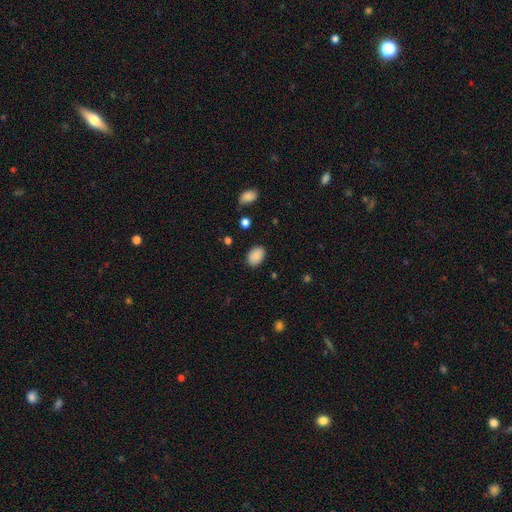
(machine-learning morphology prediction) smooth-or-featured: smooth: 88% | star or artifact: 8% | featured or disk: 4%
  how-rounded: in between: 79% | round: 20% | cigar-shaped: 1%
  merging: none: 86% | minor disturbance: 10% | major disturbance: 3% | merger: 1%